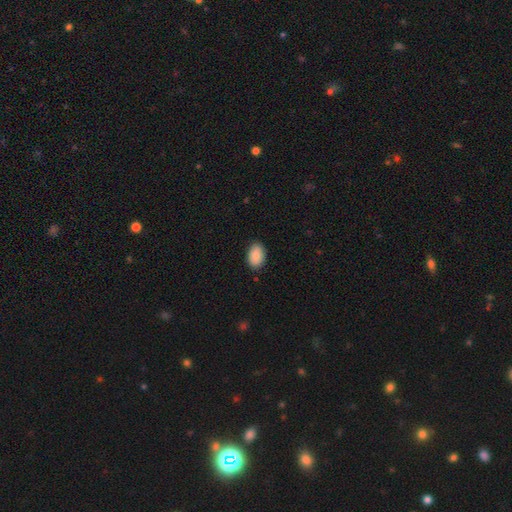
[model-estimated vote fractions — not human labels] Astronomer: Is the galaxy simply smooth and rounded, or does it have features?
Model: smooth — 88%.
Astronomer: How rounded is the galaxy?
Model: in between — 87%.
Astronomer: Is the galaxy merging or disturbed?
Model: none — 87%.